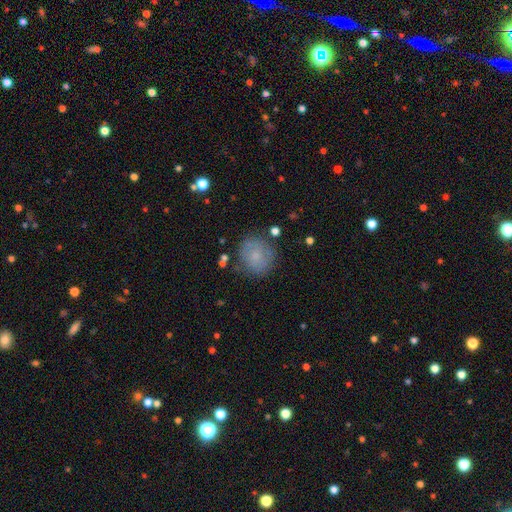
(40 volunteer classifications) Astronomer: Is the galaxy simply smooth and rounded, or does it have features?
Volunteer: smooth — 78%.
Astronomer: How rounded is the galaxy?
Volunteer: round — 84%.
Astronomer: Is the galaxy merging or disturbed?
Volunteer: none — 69%.